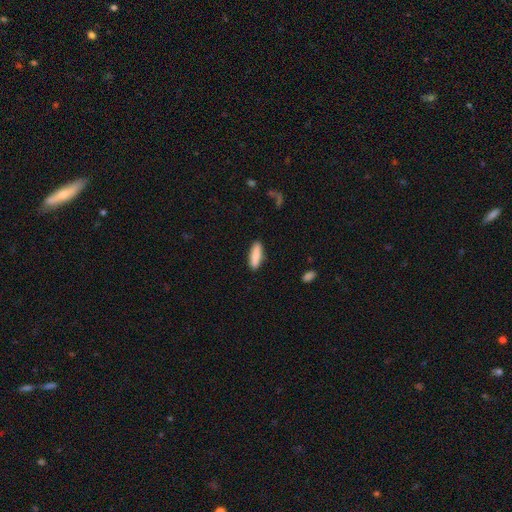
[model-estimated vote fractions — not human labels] Smooth or featured? smooth (87%)
How rounded? cigar-shaped (64%)
Merging? none (89%)